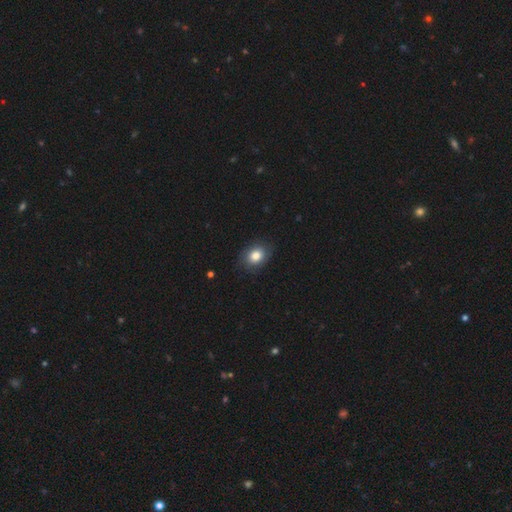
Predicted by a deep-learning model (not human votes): Smooth or featured?
  - smooth: 82% *
  - featured or disk: 9%
  - star or artifact: 9%
How rounded?
  - in between: 59% *
  - round: 40%
  - cigar-shaped: 1%
Merging?
  - none: 82% *
  - minor disturbance: 14%
  - major disturbance: 3%
  - merger: 1%